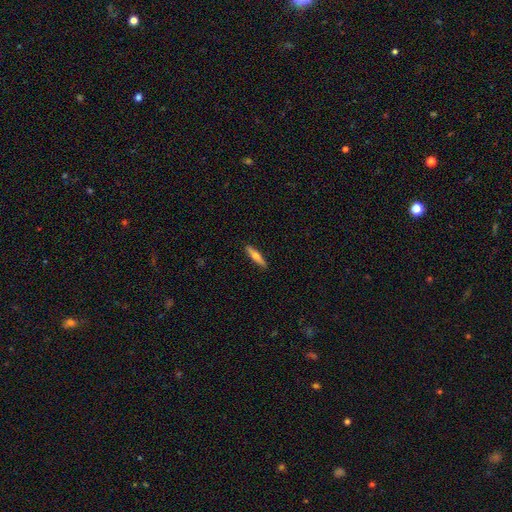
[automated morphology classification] smooth 57%, featured or disk 38%, star or artifact 6%. Down the decision tree: how rounded — cigar-shaped (83%); merging — none (90%).